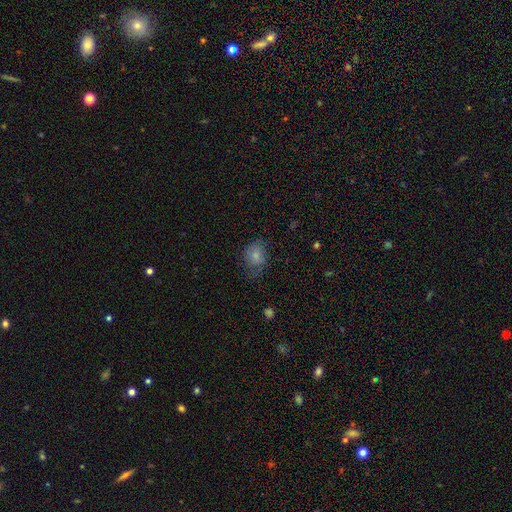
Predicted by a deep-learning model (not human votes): Morphology: type=smooth (77%); roundness=in between (51%); merging=none (58%).